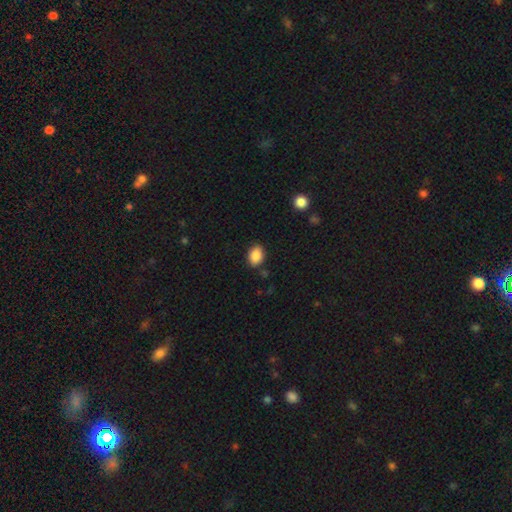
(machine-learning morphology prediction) A smooth galaxy with no disk features (88%) that is in between round and cigar-shaped (76%).

Vote fractions:
- Smooth or featured? smooth: 88% / star or artifact: 8% / featured or disk: 4%
- How rounded? in between: 76% / round: 23% / cigar-shaped: 1%
- Merging? none: 84% / minor disturbance: 12% / major disturbance: 2% / merger: 2%